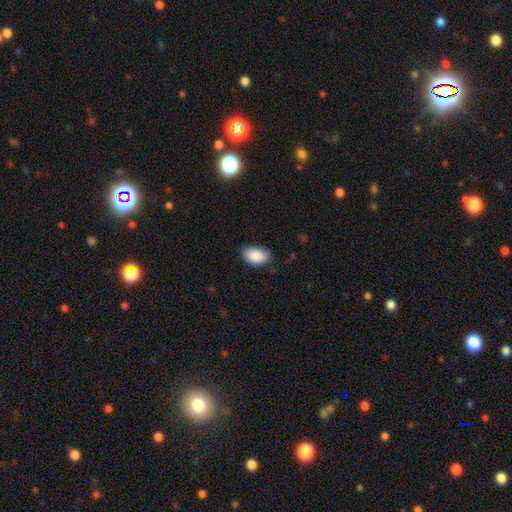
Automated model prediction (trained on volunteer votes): Overall: smooth (89%). How rounded: in between (91%). Merging: none (82%).